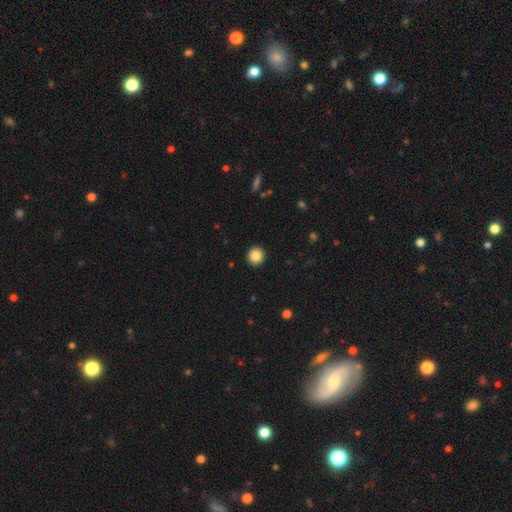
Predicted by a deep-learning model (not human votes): Smooth or featured?
  - smooth: 87% *
  - star or artifact: 9%
  - featured or disk: 4%
How rounded?
  - round: 92% *
  - in between: 7%
  - cigar-shaped: 1%
Merging?
  - none: 93% *
  - minor disturbance: 5%
  - major disturbance: 2%
  - merger: 1%